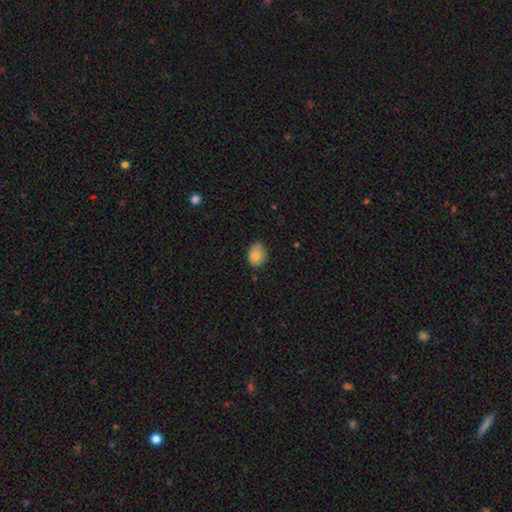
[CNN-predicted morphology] Q: Smooth or featured?
A: smooth (80%); runner-up: featured or disk (12%)
Q: How rounded?
A: in between (66%); runner-up: round (33%)
Q: Merging?
A: none (61%); runner-up: minor disturbance (32%)